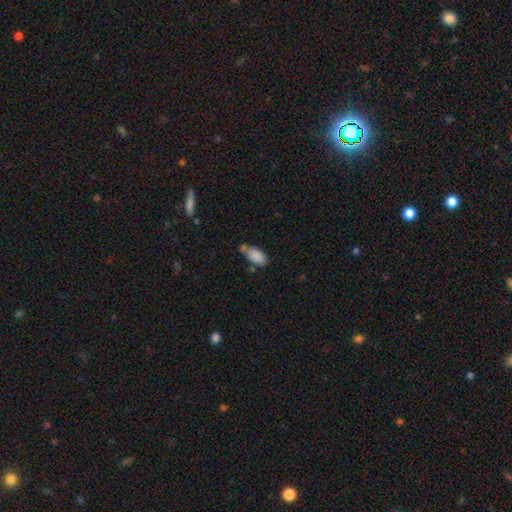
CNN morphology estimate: smooth 86%, star or artifact 8%, featured or disk 6%. Down the decision tree: how rounded — in between (92%); merging — none (53%).